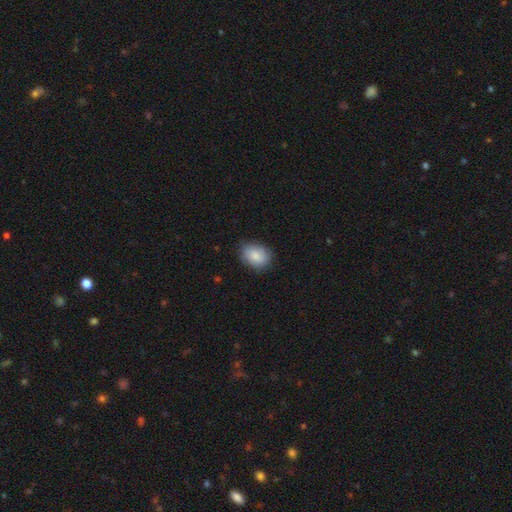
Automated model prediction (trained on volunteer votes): smooth-or-featured: smooth: 86% | featured or disk: 7% | star or artifact: 7%
  how-rounded: in between: 68% | round: 31% | cigar-shaped: 1%
  merging: none: 80% | minor disturbance: 16% | major disturbance: 3% | merger: 1%